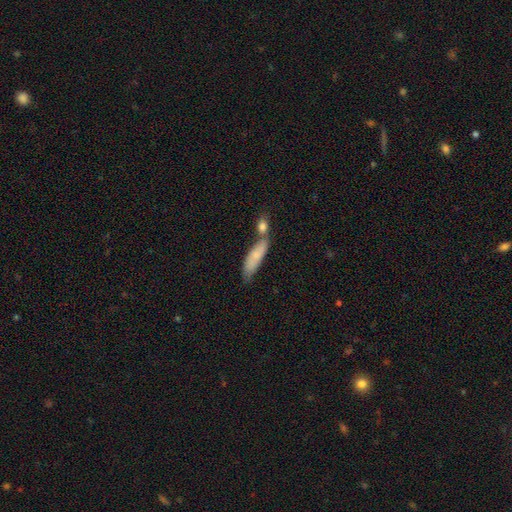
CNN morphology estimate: smooth 74%, featured or disk 20%, star or artifact 6%. Down the decision tree: how rounded — cigar-shaped (56%); merging — merger (40%).